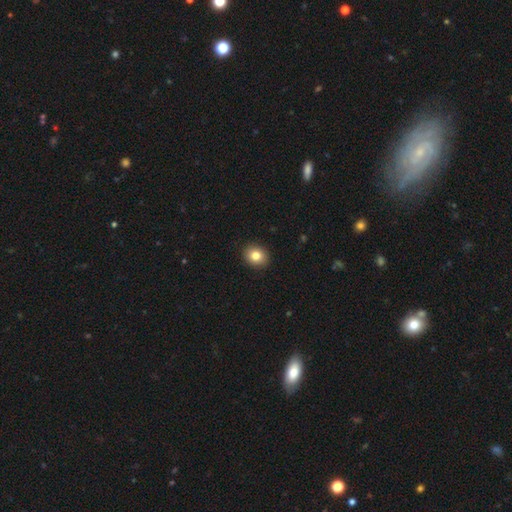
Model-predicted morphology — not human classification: This is clearly a smooth galaxy (82%). How rounded: likely round (66%). Merging: clearly none (91%).